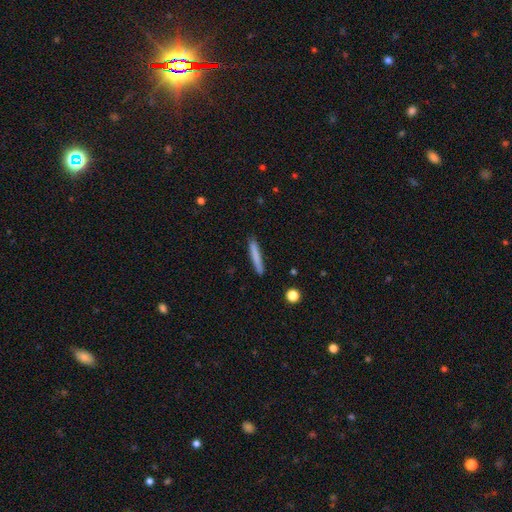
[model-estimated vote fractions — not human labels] Smooth or featured: smooth — 78% (featured or disk — 16%)
How rounded: cigar-shaped — 95% (in between — 4%)
Merging: none — 88% (minor disturbance — 9%)